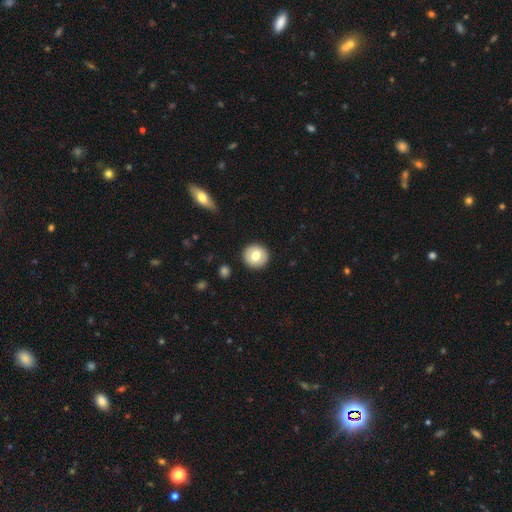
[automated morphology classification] The model was most divided on "smooth or featured": smooth: 68%, featured or disk: 24%, star or artifact: 8%. More confident: how rounded — round (92%); merging — none (90%).